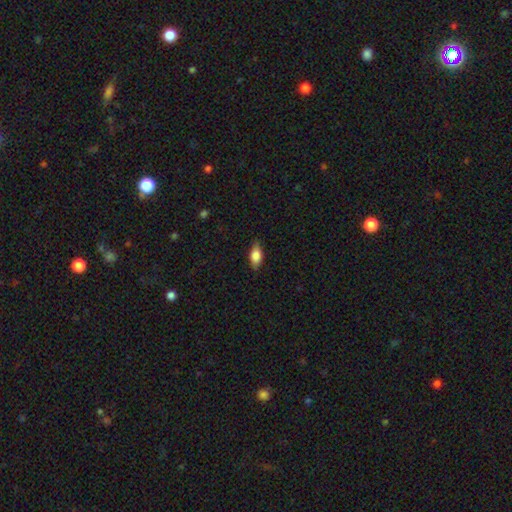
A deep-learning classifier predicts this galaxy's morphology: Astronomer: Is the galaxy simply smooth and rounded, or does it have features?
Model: smooth — 76%.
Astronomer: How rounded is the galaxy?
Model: in between — 84%.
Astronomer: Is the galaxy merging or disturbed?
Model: none — 83%.